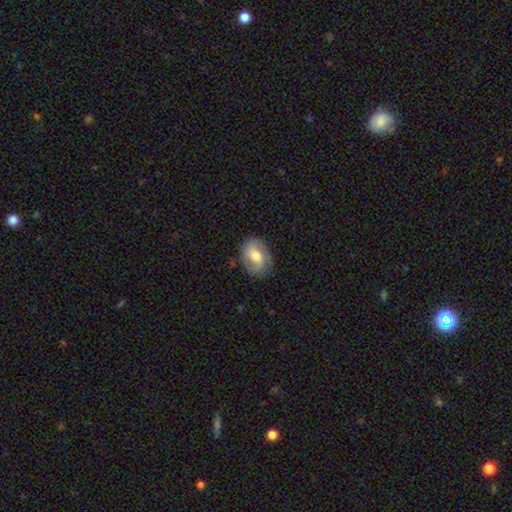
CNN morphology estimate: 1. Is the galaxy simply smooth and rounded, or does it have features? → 56% featured or disk, 37% smooth, 7% star or artifact.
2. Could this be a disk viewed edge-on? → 96% no, 4% yes.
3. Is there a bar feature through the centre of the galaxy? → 46% weak, 38% no, 17% strong.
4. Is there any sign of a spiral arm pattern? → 82% yes, 18% no.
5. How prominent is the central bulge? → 63% moderate, 21% small, 12% large, 2% none, 1% dominant.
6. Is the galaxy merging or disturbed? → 77% none, 17% minor disturbance, 5% major disturbance, 1% merger.